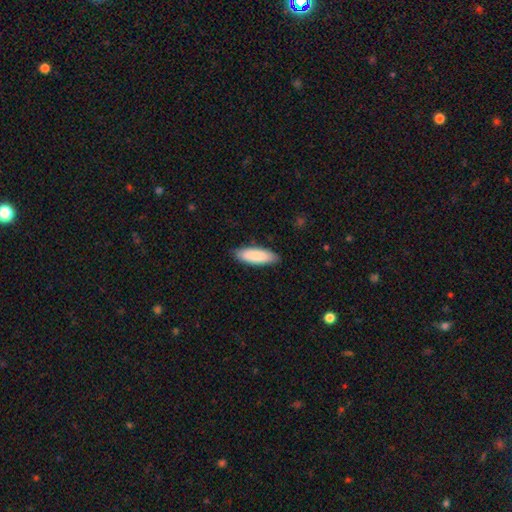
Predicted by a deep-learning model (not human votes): This is clearly a smooth galaxy (88%). How rounded: likely in between (60%). Merging: clearly none (85%).